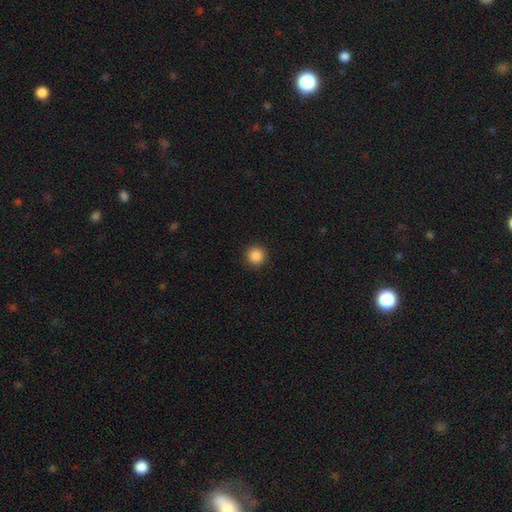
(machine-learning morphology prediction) Smooth or featured?
  - smooth: 87% *
  - star or artifact: 10%
  - featured or disk: 3%
How rounded?
  - round: 95% *
  - in between: 4%
  - cigar-shaped: 1%
Merging?
  - none: 92% *
  - minor disturbance: 5%
  - major disturbance: 2%
  - merger: 1%